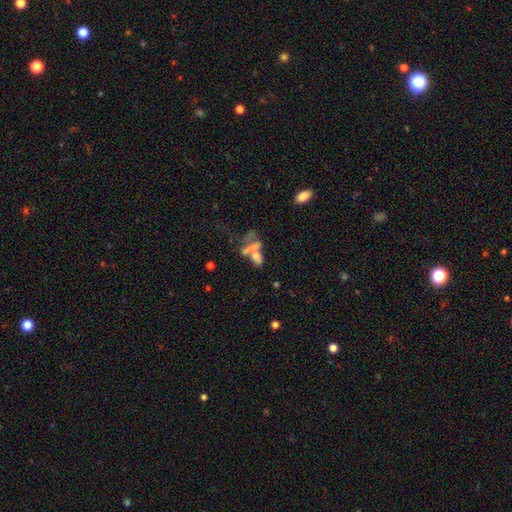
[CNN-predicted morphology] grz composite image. It shows a smooth galaxy with no disk features (58%) that is in between round and cigar-shaped (67%). Merging: merger (51%).